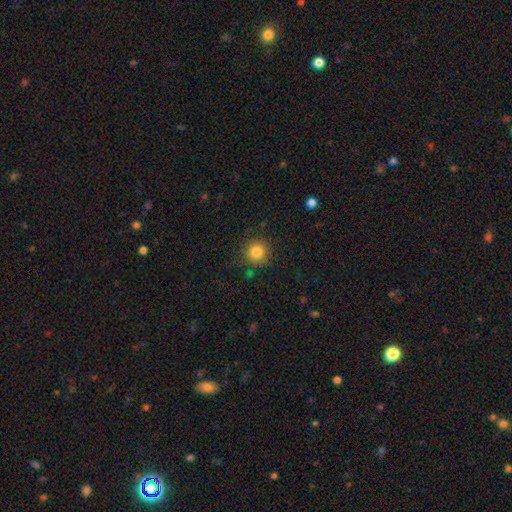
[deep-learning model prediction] smooth 80%, star or artifact 14%, featured or disk 6%. Down the decision tree: how rounded — round (95%); merging — none (88%).